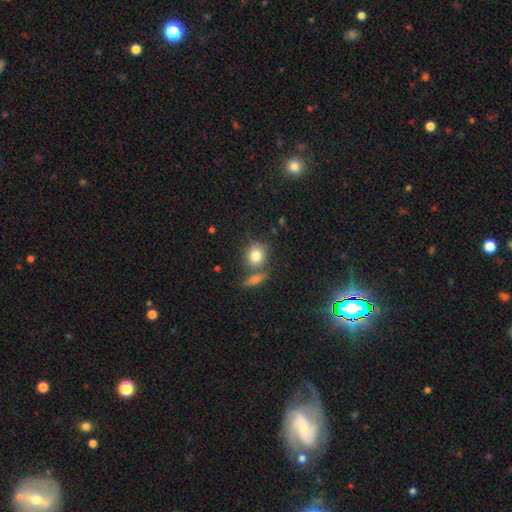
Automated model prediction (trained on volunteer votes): This appears to be a smooth galaxy with no disk features (81%) that is round (69%). Merging: none (61%).